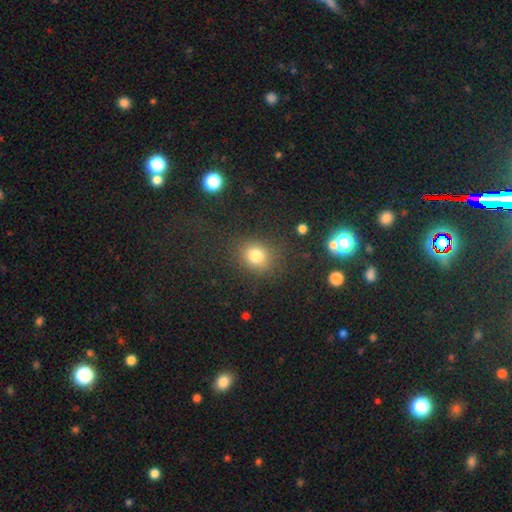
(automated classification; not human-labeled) smooth_or_featured: smooth (p=0.78) [alt: star or artifact p=0.15]
how_rounded: round (p=0.73) [alt: in between p=0.26]
merging: none (p=0.82) [alt: minor disturbance p=0.10]